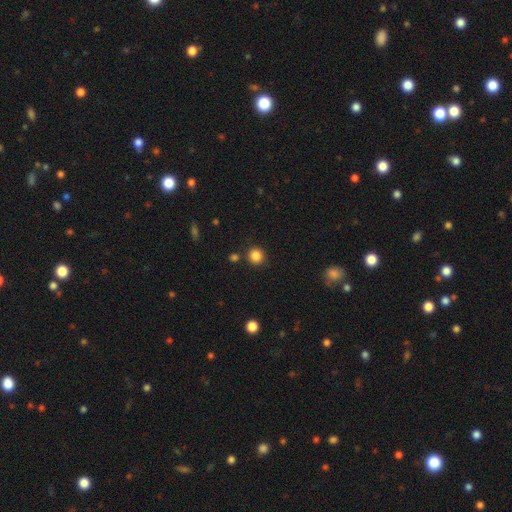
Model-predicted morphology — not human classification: Overall: smooth (85%). How rounded: round (90%). Merging: none (85%).